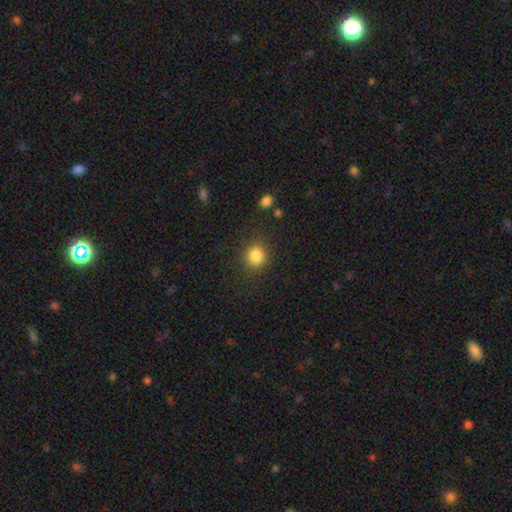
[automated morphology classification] Smooth or featured? Predicted: smooth (p=0.84). How rounded? Predicted: round (p=0.87). Merging? Predicted: none (p=0.85).